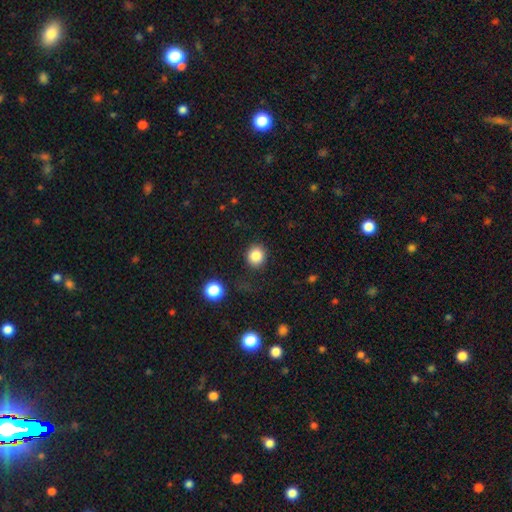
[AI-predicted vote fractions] smooth-or-featured: smooth: 85% | star or artifact: 11% | featured or disk: 5%
  how-rounded: round: 84% | in between: 15% | cigar-shaped: 1%
  merging: none: 86% | minor disturbance: 9% | major disturbance: 3% | merger: 2%